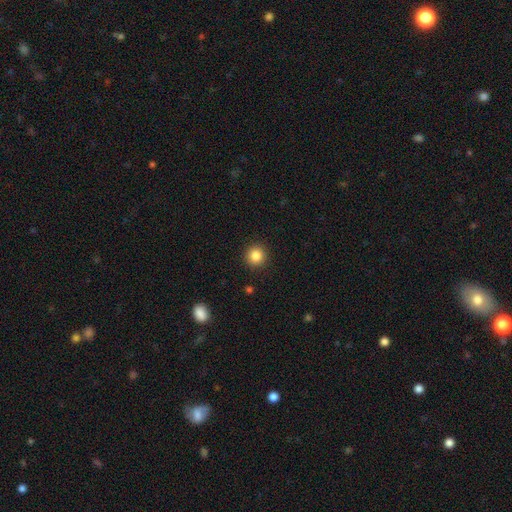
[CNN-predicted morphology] Q: Smooth or featured?
A: smooth (85%); runner-up: star or artifact (11%)
Q: How rounded?
A: round (94%); runner-up: in between (5%)
Q: Merging?
A: none (92%); runner-up: minor disturbance (5%)